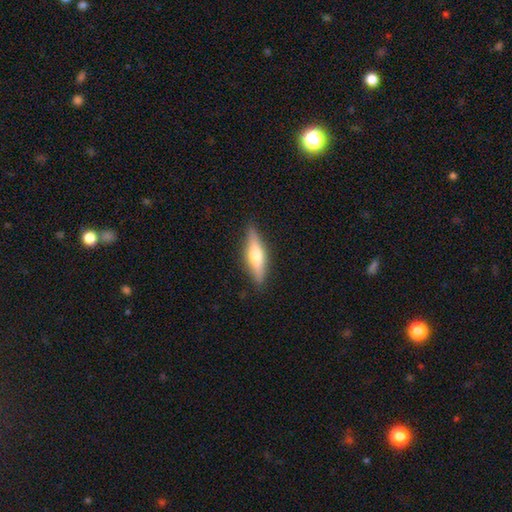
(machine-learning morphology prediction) Overall: smooth (49%; featured or disk 45%). Merging: none (86%).